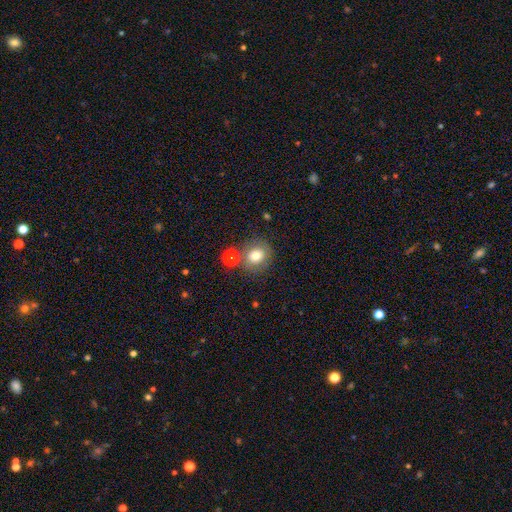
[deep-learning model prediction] A smooth galaxy with no disk features (77%) that is round (78%). Merging: none (72%).